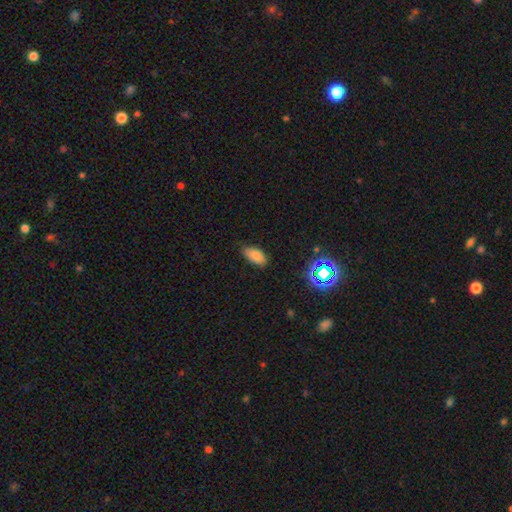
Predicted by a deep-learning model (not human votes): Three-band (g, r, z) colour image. It shows a smooth galaxy with no disk features (81%) that is in between round and cigar-shaped (91%). Merging: none (76%).